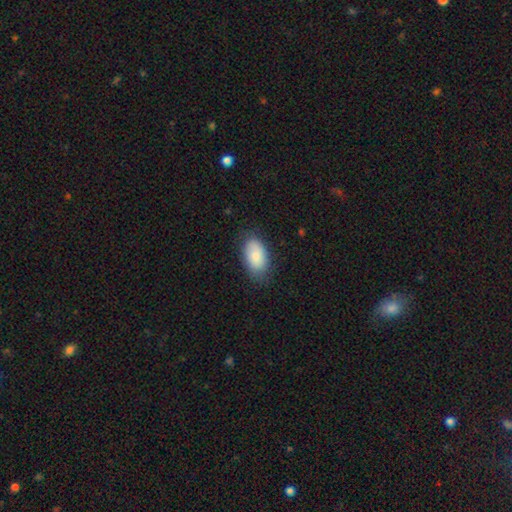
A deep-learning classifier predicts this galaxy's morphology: type=smooth (85%); roundness=in between (94%); merging=none (78%).